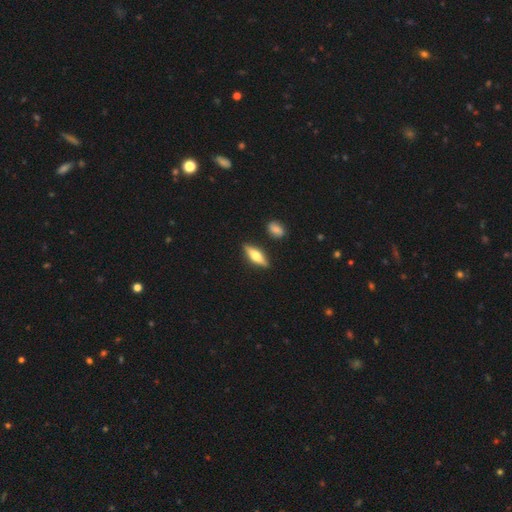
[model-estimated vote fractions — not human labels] This appears to be a smooth galaxy with no disk features (48%). Merging: none (85%).